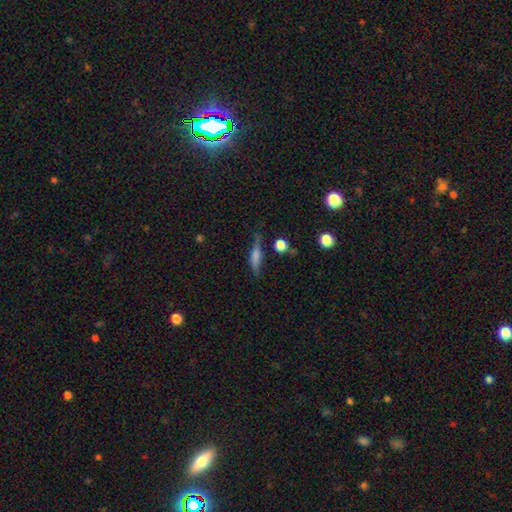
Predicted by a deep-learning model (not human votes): smooth 47%, featured or disk 43%, star or artifact 10%. Down the decision tree: merging — none (74%).